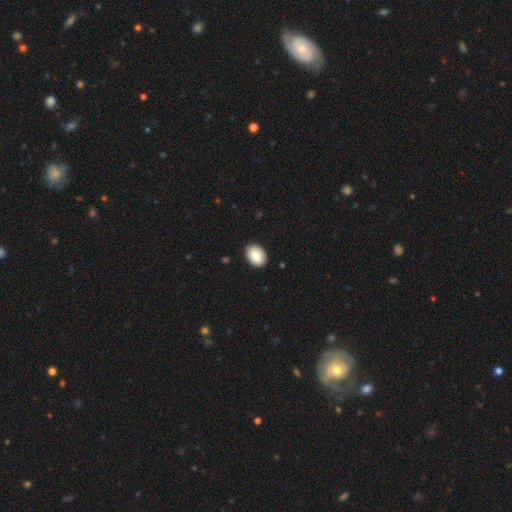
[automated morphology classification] This is clearly a smooth galaxy (83%). How rounded: likely in between (71%). Merging: clearly none (90%).